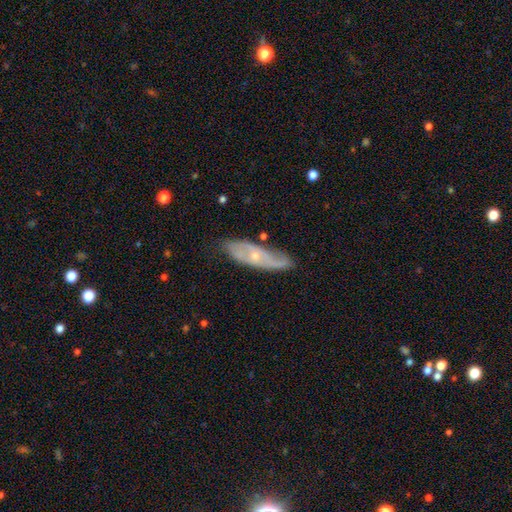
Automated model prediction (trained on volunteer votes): A featured or disk galaxy (70%) with no bar (71%), spiral arms (81%) and a small central bulge (70%). Merging: none (71%).